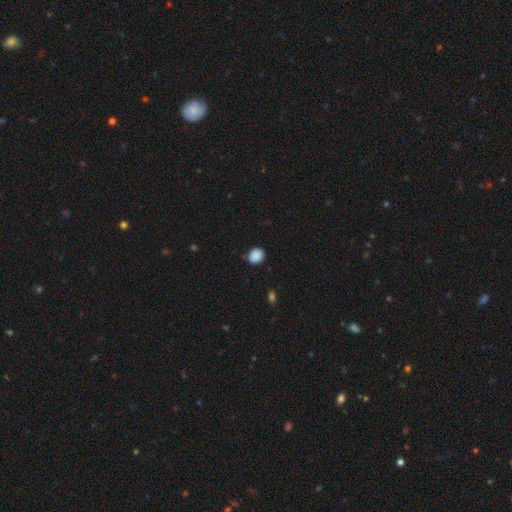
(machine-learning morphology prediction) Smooth or featured: smooth — 89% (star or artifact — 8%)
How rounded: round — 65% (in between — 34%)
Merging: none — 82% (minor disturbance — 14%)